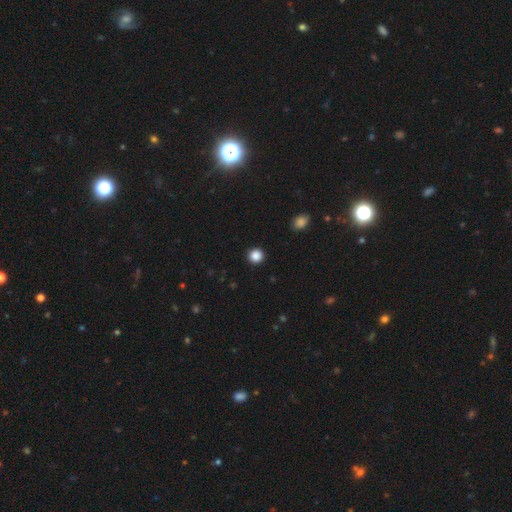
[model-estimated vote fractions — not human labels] smooth_or_featured: smooth (p=0.87) [alt: star or artifact p=0.11]
how_rounded: round (p=0.95) [alt: in between p=0.04]
merging: none (p=0.93) [alt: minor disturbance p=0.05]